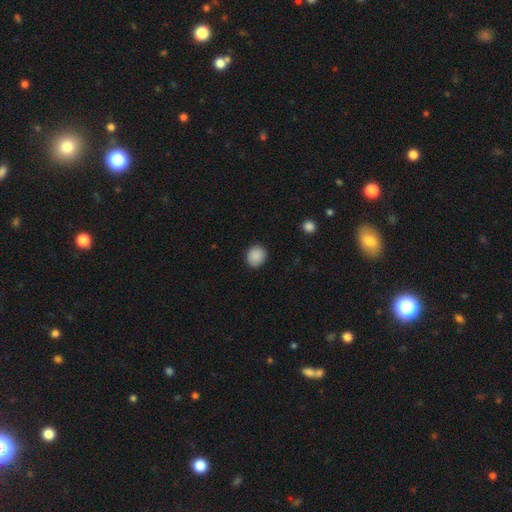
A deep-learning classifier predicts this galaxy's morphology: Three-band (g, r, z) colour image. It shows a smooth galaxy with no disk features (89%) that is round (78%). Merging: none (90%).